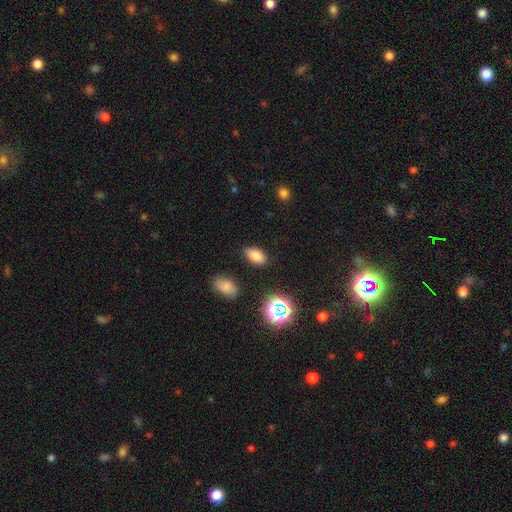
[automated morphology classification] This appears to be a smooth galaxy with no disk features (79%) that is in between round and cigar-shaped (91%). Merging: none (85%).